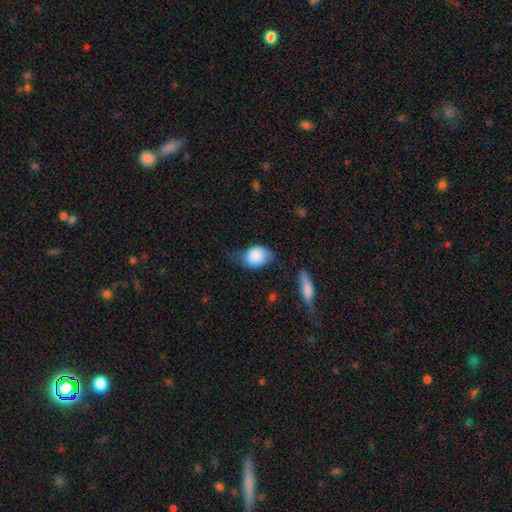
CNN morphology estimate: This is clearly a smooth galaxy (82%). How rounded: likely in between (67%). Merging: marginally none (44%).